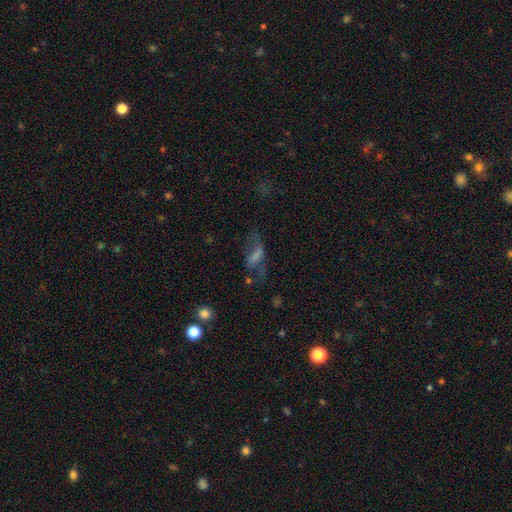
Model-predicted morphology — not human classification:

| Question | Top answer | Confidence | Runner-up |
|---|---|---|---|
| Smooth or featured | featured or disk | 41% | smooth (39%) |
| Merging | none | 48% | major disturbance (28%) |